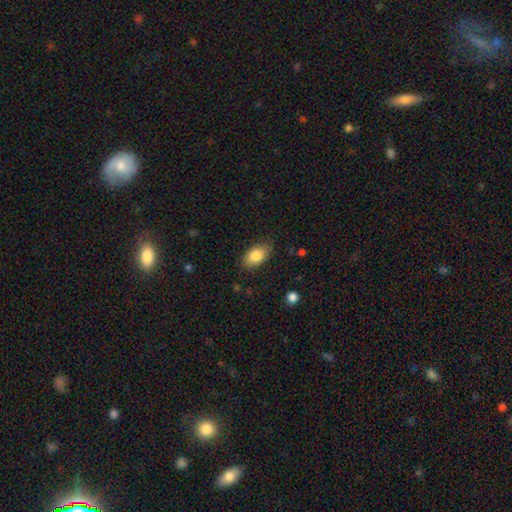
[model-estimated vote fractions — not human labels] Q: Smooth or featured?
A: smooth (84%); runner-up: featured or disk (9%)
Q: How rounded?
A: in between (90%); runner-up: round (7%)
Q: Merging?
A: none (82%); runner-up: minor disturbance (14%)